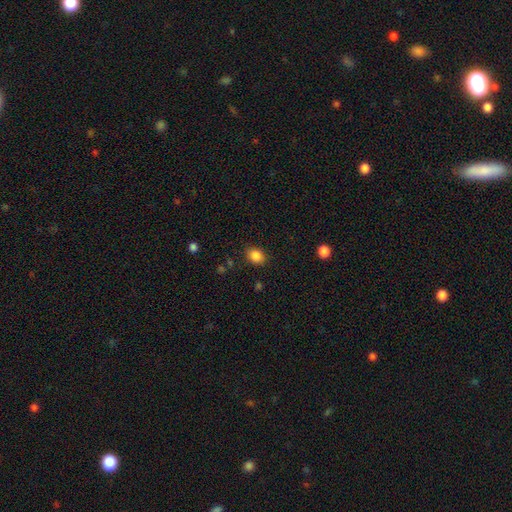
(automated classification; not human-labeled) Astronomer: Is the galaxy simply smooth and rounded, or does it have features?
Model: smooth — 86%.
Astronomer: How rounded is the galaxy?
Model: in between — 61% (runner-up: round, 38%).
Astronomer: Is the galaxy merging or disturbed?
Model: none — 85%.